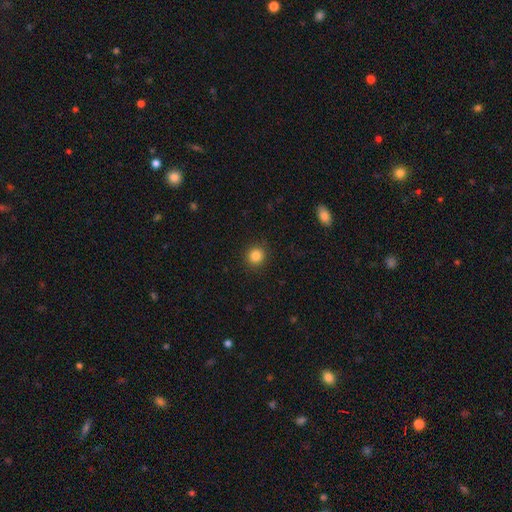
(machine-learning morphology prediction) smooth 85%, star or artifact 11%, featured or disk 4%. Down the decision tree: how rounded — round (91%); merging — none (91%).